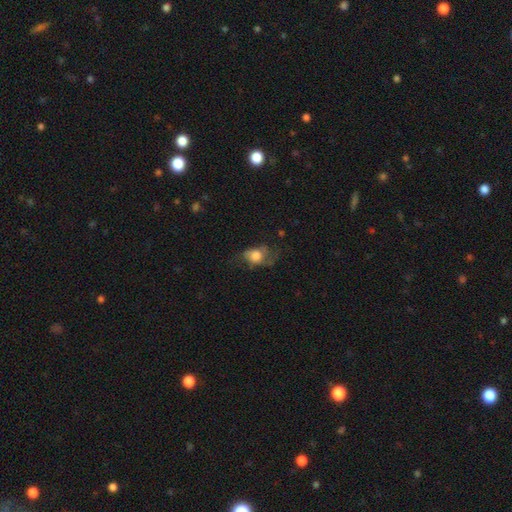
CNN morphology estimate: A smooth galaxy with no disk features (60%) that is in between round and cigar-shaped (59%). Merging: none (39%).